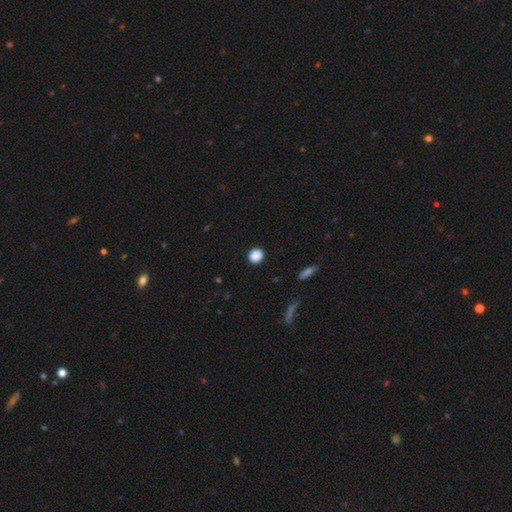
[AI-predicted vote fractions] A smooth galaxy with no disk features (88%) that is round (88%).

Vote fractions:
- Smooth or featured? smooth: 88% / star or artifact: 10% / featured or disk: 3%
- How rounded? round: 88% / in between: 10% / cigar-shaped: 1%
- Merging? none: 92% / minor disturbance: 5% / major disturbance: 2% / merger: 1%